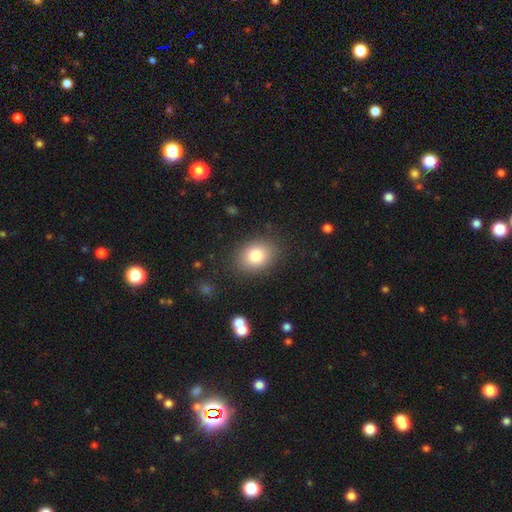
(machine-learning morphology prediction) smooth 82%, star or artifact 10%, featured or disk 9%. Down the decision tree: how rounded — in between (62%); merging — none (85%).